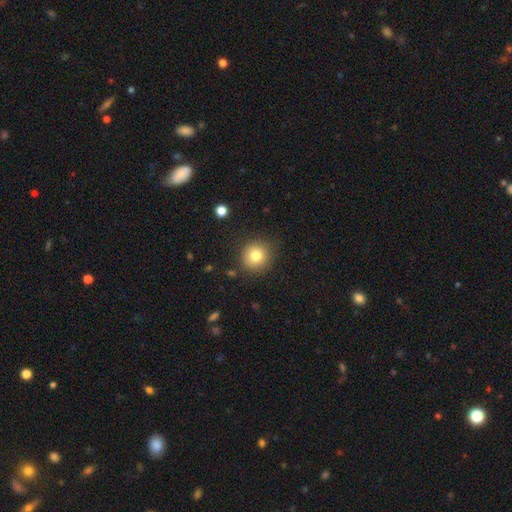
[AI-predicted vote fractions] The model was most divided on "smooth or featured": smooth: 80%, star or artifact: 11%, featured or disk: 10%. More confident: how rounded — round (91%); merging — none (86%).